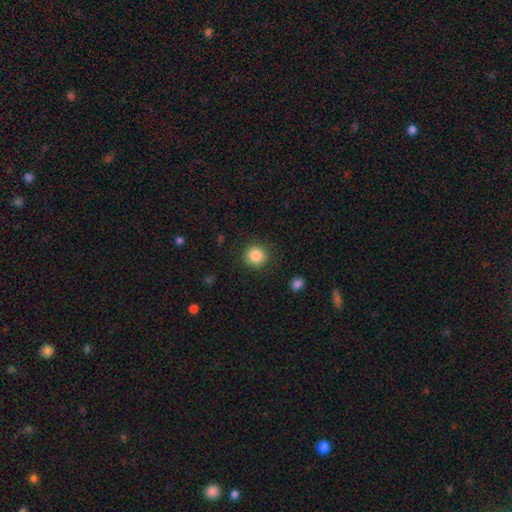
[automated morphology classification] Smooth or featured? Predicted: smooth (p=0.86). How rounded? Predicted: round (p=0.93). Merging? Predicted: none (p=0.89).